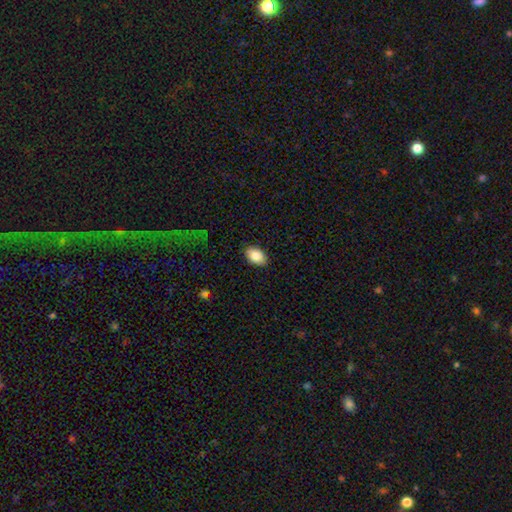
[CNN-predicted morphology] Overall: smooth (85%). How rounded: in between (88%). Merging: none (88%).